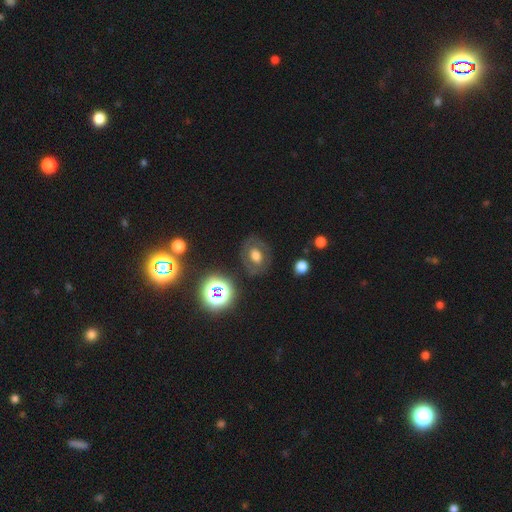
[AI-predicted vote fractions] Q: Smooth or featured?
A: smooth (46%); runner-up: featured or disk (38%)
Q: Merging?
A: none (80%); runner-up: minor disturbance (12%)